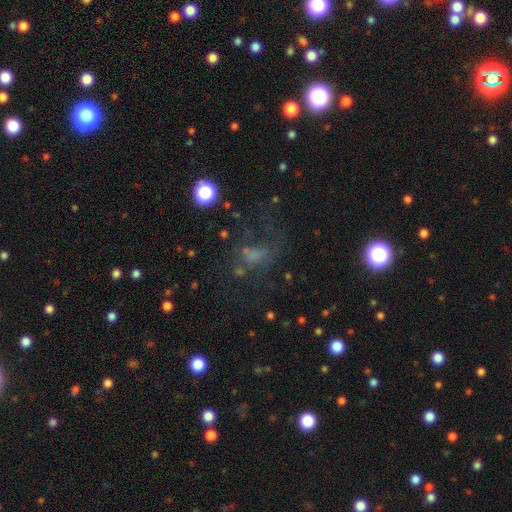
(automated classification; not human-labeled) This is marginally a smooth galaxy (39%). Merging: marginally major disturbance (40%).